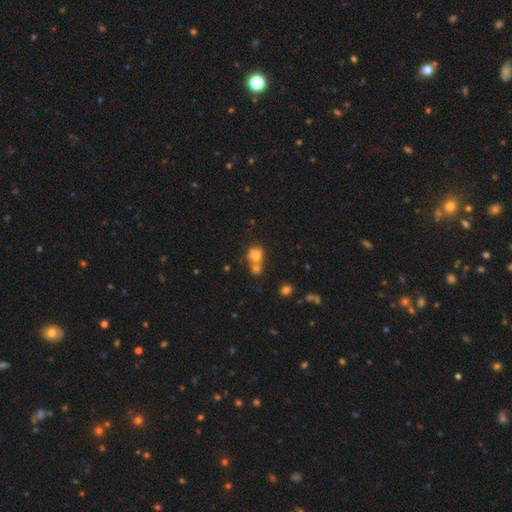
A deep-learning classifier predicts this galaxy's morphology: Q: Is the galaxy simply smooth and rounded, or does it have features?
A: smooth — 74%.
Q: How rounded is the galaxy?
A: round — 66%.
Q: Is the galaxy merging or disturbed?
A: merger — 50%.